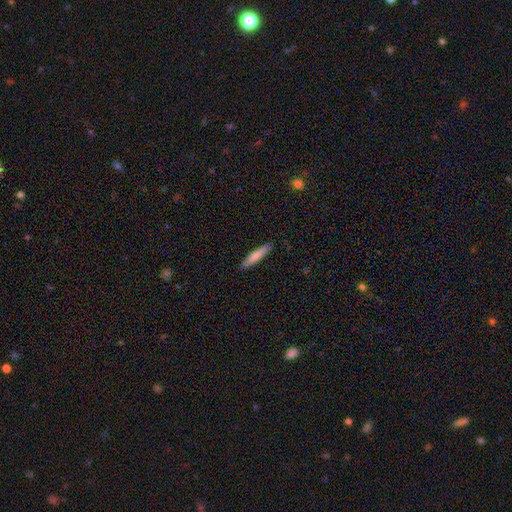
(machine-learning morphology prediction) type=smooth (71%); roundness=cigar-shaped (92%); merging=none (90%).